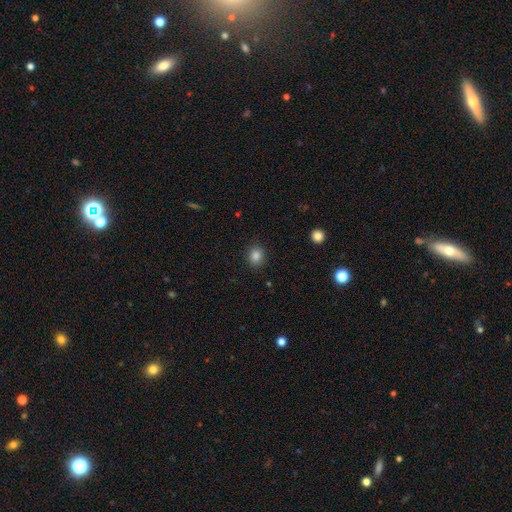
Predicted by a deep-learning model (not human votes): The model was most divided on "how rounded": round: 72%, in between: 27%, cigar-shaped: 1%. More confident: merging — none (89%); smooth or featured — smooth (85%).